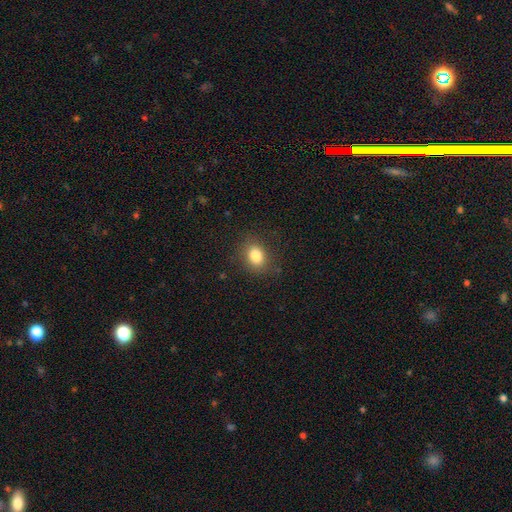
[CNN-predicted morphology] The model was most divided on "how rounded": in between: 57%, round: 42%, cigar-shaped: 1%. More confident: smooth or featured — smooth (83%); merging — none (82%).